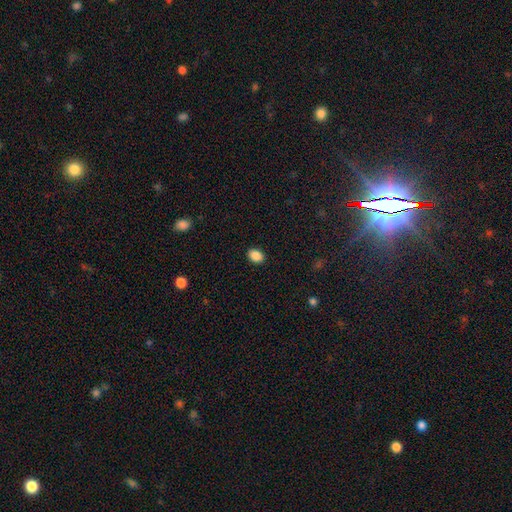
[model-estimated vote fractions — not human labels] Smooth or featured? smooth (88%)
How rounded? in between (68%)
Merging? none (90%)